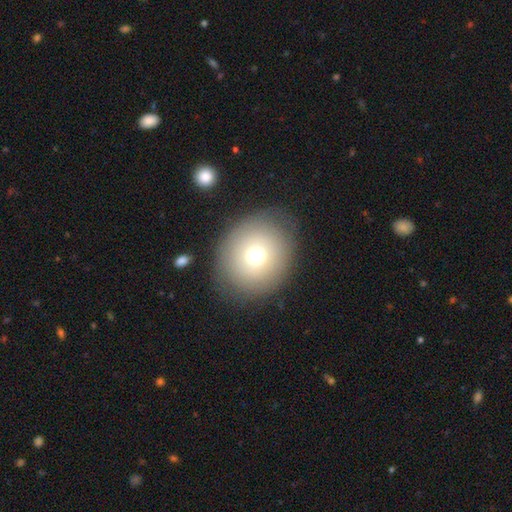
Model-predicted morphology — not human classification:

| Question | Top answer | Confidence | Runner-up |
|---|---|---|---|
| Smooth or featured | smooth | 70% | featured or disk (18%) |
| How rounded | round | 84% | in between (15%) |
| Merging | none | 81% | minor disturbance (11%) |